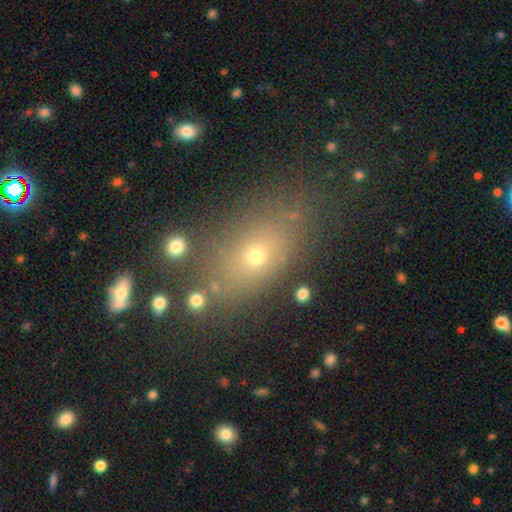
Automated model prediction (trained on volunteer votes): Smooth or featured: smooth — 63% (star or artifact — 19%)
How rounded: in between — 74% (round — 21%)
Merging: none — 73% (minor disturbance — 15%)